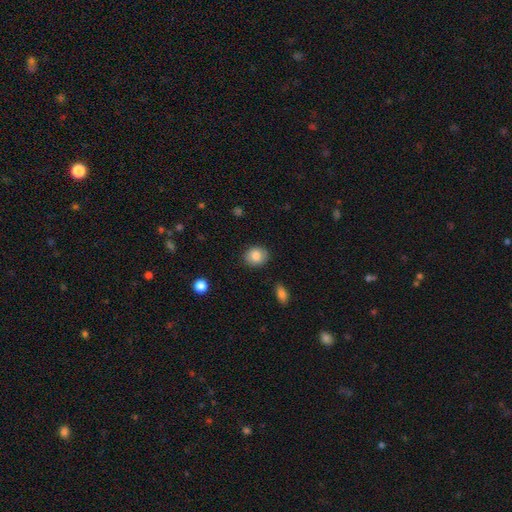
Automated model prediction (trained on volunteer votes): Q: Smooth or featured?
A: smooth (84%); runner-up: featured or disk (8%)
Q: How rounded?
A: round (68%); runner-up: in between (31%)
Q: Merging?
A: none (85%); runner-up: minor disturbance (11%)